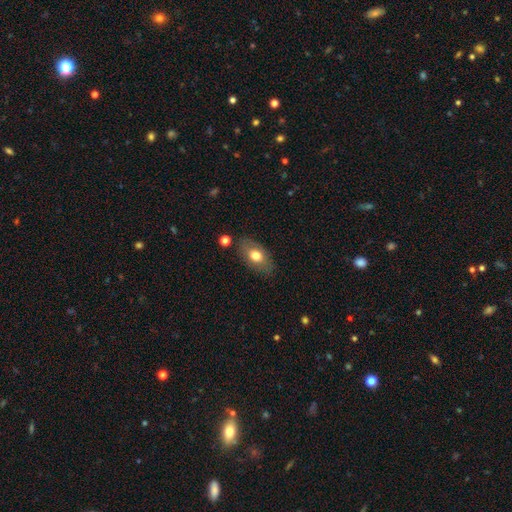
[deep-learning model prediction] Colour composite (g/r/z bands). It shows a smooth galaxy with no disk features (71%) that is in between round and cigar-shaped (88%). Merging: none (80%).